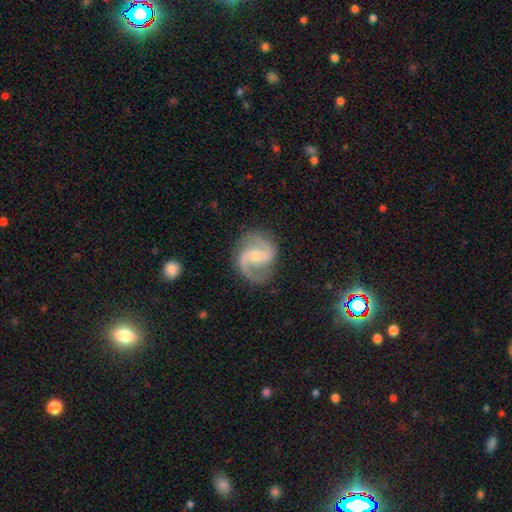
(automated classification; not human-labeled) Morphology: type=featured or disk (89%); edge-on=no (98%); bar=weak (45%); spiral arms=yes (98%); winding=medium (57%); arm count=2 (93%); bulge=moderate (48%, tied with small); merging=none (81%).